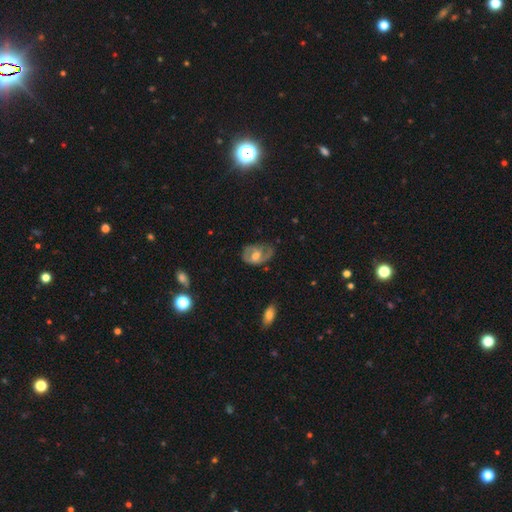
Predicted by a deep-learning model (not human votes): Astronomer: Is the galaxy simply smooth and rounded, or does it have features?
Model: featured or disk — 62%.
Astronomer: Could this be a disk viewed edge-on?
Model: no — 95%.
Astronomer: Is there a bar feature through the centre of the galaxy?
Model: no — 54% (runner-up: weak, 36%).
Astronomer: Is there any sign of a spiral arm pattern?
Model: yes — 71%.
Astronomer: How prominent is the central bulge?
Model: moderate — 68%.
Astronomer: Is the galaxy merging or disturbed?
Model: none — 45% (runner-up: minor disturbance, 32%).